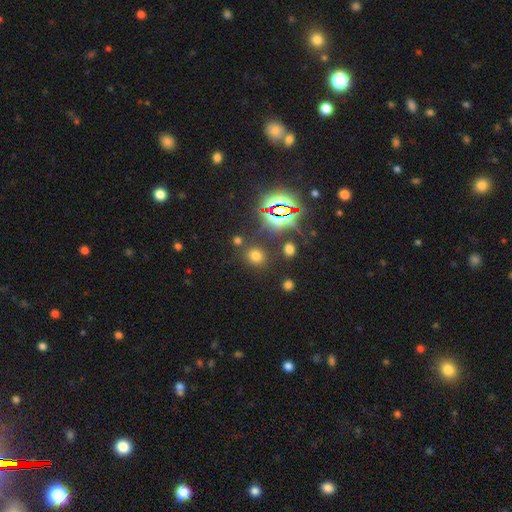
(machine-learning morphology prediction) Overall: smooth (60%; star or artifact 33%). How rounded: round (78%). Merging: none (81%).